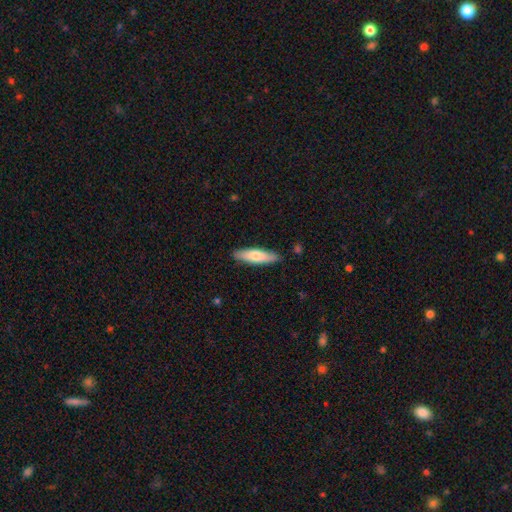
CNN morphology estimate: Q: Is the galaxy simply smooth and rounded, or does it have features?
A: smooth — 70%.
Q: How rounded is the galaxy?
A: cigar-shaped — 63%.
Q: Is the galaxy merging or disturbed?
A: none — 86%.